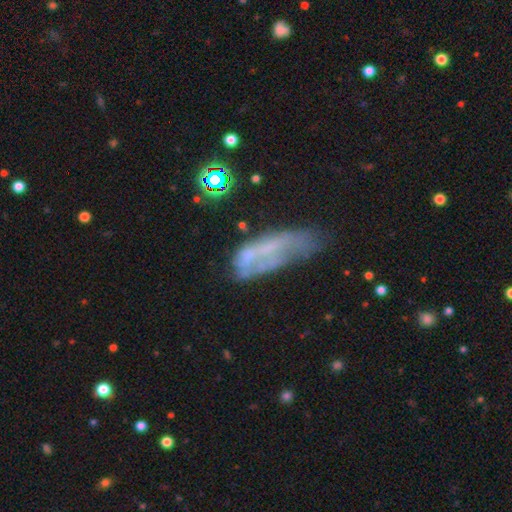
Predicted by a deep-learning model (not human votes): smooth-or-featured: featured or disk: 44% | smooth: 42% | star or artifact: 14%
  merging: none: 33% | major disturbance: 29% | minor disturbance: 28% | merger: 10%